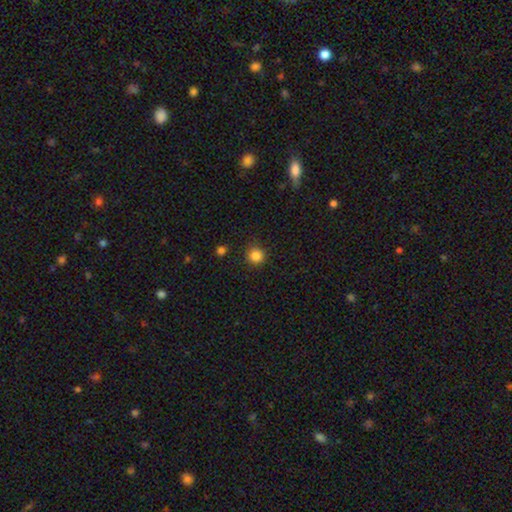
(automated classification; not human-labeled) smooth-or-featured: smooth: 85% | star or artifact: 11% | featured or disk: 4%
  how-rounded: round: 94% | in between: 5% | cigar-shaped: 1%
  merging: none: 89% | minor disturbance: 7% | major disturbance: 2% | merger: 2%